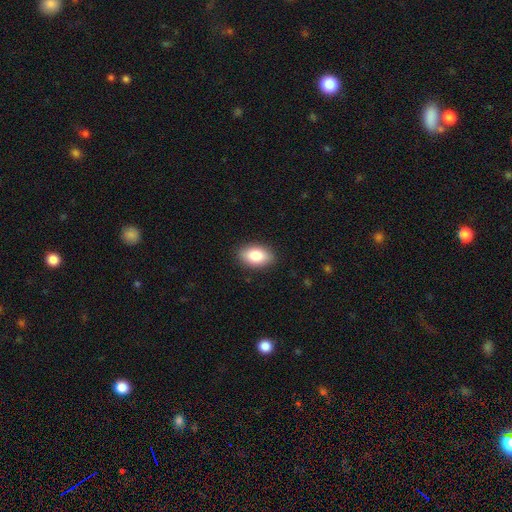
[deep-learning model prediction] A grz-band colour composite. It shows a smooth galaxy with no disk features (84%) that is in between round and cigar-shaped (91%). Merging: none (88%).